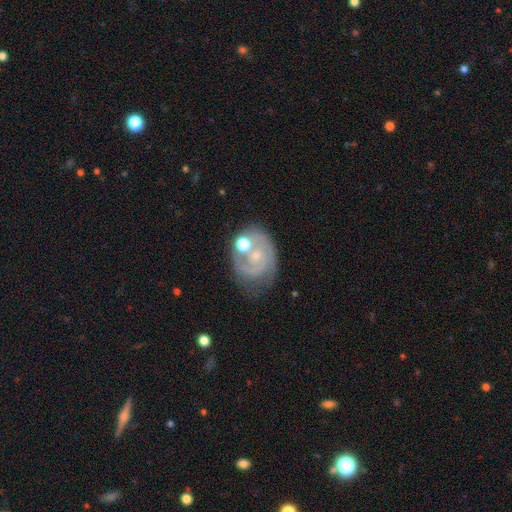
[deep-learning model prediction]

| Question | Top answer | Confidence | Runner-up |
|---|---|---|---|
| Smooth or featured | featured or disk | 77% | smooth (15%) |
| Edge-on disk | no | 97% | yes (3%) |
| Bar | no | 68% | weak (27%) |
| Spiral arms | yes | 87% | no (13%) |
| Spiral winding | tight | 50% | medium (37%) |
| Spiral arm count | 2 | 53% | can't tell (22%) |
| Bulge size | small | 59% | moderate (33%) |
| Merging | none | 54% | minor disturbance (21%) |